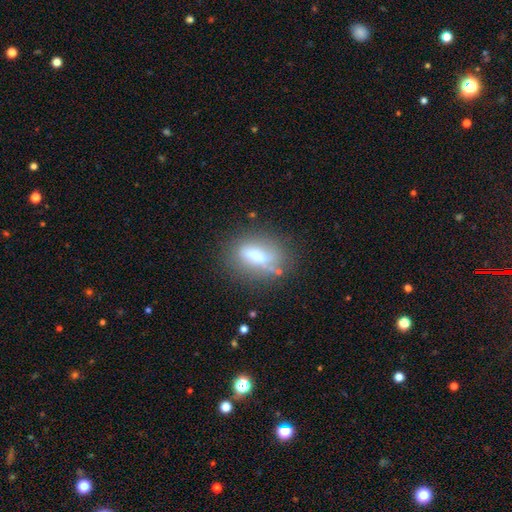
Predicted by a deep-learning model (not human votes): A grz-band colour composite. It shows a smooth galaxy with no disk features (53%) that is in between round and cigar-shaped (68%). Merging: none (74%).